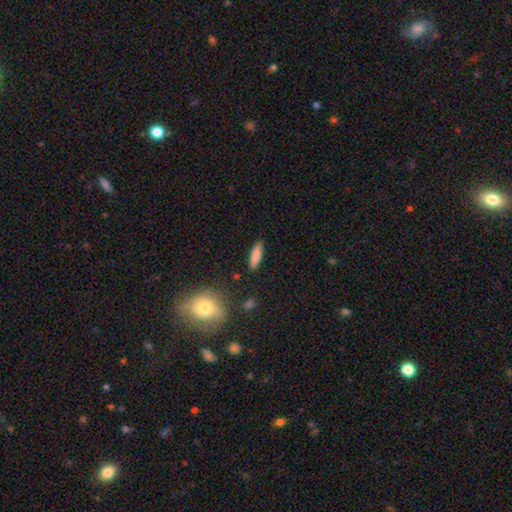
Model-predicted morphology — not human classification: smooth 85%, featured or disk 8%, star or artifact 7%. Down the decision tree: how rounded — cigar-shaped (64%); merging — none (88%).